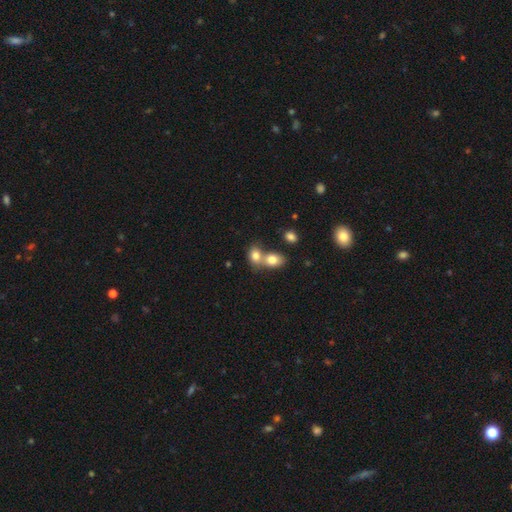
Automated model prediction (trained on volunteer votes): smooth-or-featured: smooth: 78% | featured or disk: 12% | star or artifact: 10%
  how-rounded: in between: 57% | round: 42% | cigar-shaped: 1%
  merging: merger: 63% | none: 27% | minor disturbance: 7% | major disturbance: 3%